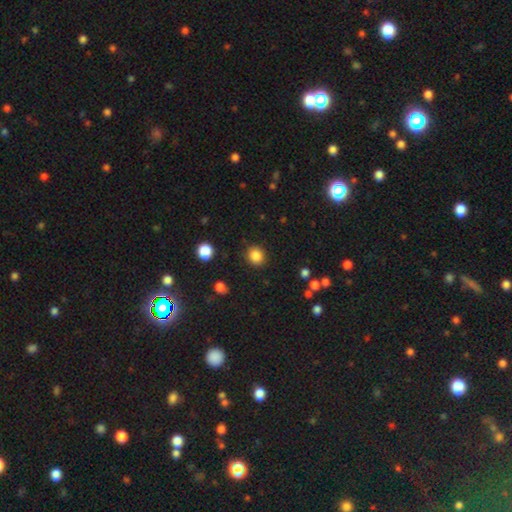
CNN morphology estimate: smooth-or-featured: smooth: 85% | star or artifact: 11% | featured or disk: 4%
  how-rounded: round: 80% | in between: 19% | cigar-shaped: 1%
  merging: none: 89% | minor disturbance: 7% | major disturbance: 3% | merger: 1%